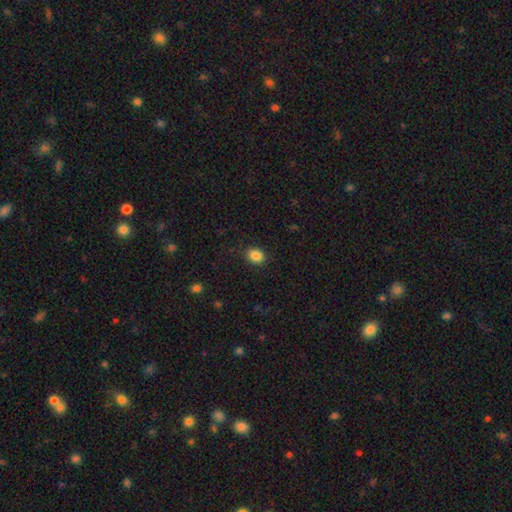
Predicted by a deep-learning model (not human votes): A smooth galaxy with no disk features (86%) that is in between round and cigar-shaped (55%). Merging: none (88%).